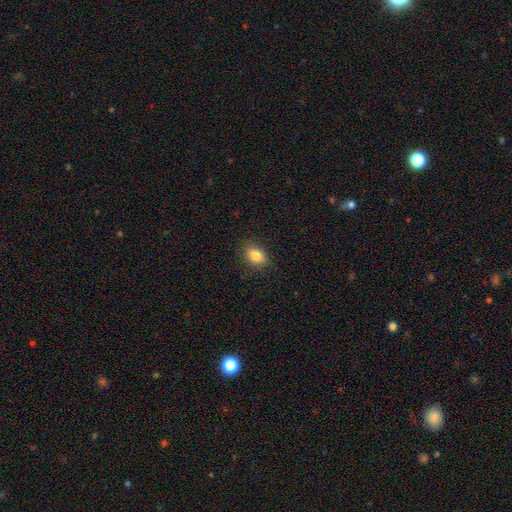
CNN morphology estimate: Q: Smooth or featured?
A: smooth (84%); runner-up: star or artifact (9%)
Q: How rounded?
A: in between (71%); runner-up: round (27%)
Q: Merging?
A: none (85%); runner-up: minor disturbance (11%)